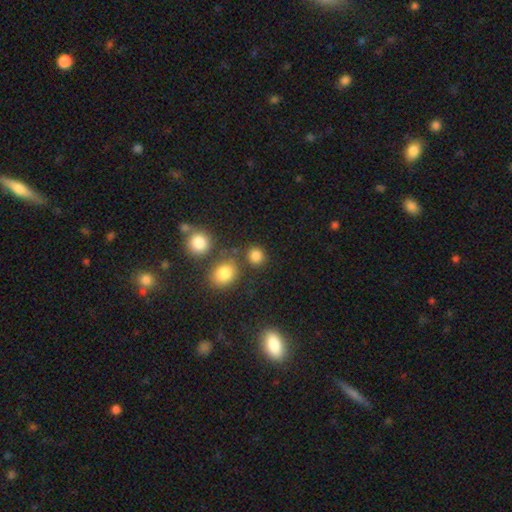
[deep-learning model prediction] Smooth or featured? Predicted: smooth (p=0.82). How rounded? Predicted: round (p=0.84). Merging? Predicted: none (p=0.76).